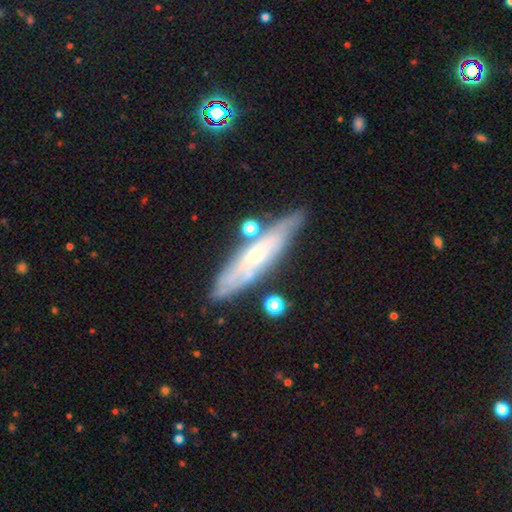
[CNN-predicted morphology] featured or disk 64%, smooth 29%, star or artifact 7%. Down the decision tree: edge-on disk — yes (54%); merging — none (74%).